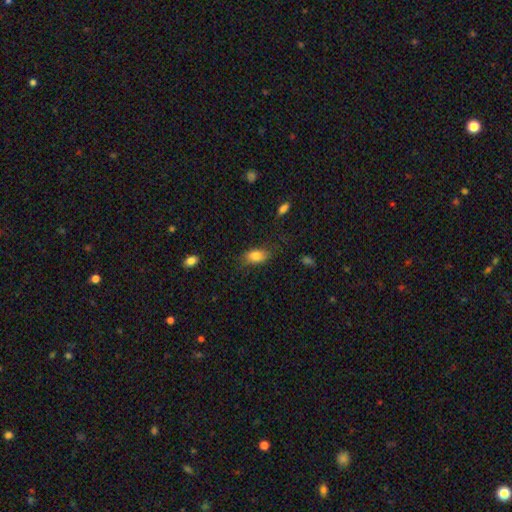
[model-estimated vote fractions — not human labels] Smooth or featured: smooth — 81% (featured or disk — 10%)
How rounded: in between — 88% (round — 8%)
Merging: none — 75% (minor disturbance — 18%)